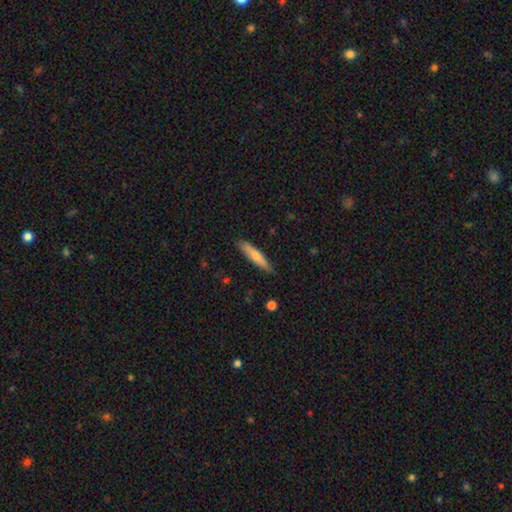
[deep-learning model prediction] Q: Smooth or featured?
A: smooth (62%); runner-up: featured or disk (32%)
Q: How rounded?
A: cigar-shaped (86%); runner-up: in between (12%)
Q: Merging?
A: none (86%); runner-up: minor disturbance (11%)